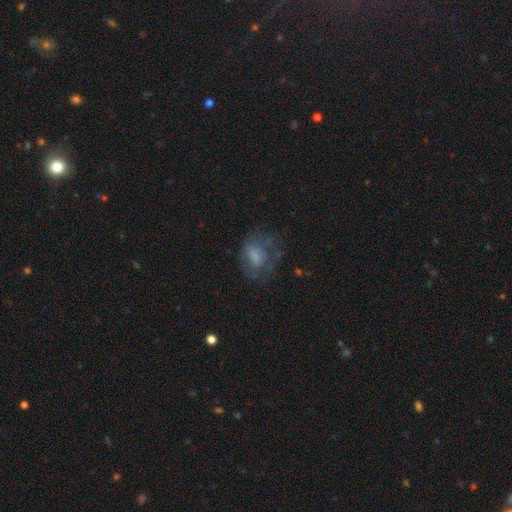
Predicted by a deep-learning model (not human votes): A smooth galaxy with no disk features (45%).

Vote fractions:
- Smooth or featured? smooth: 45% / featured or disk: 42% / star or artifact: 13%
- Merging? none: 46% / major disturbance: 29% / minor disturbance: 22% / merger: 2%